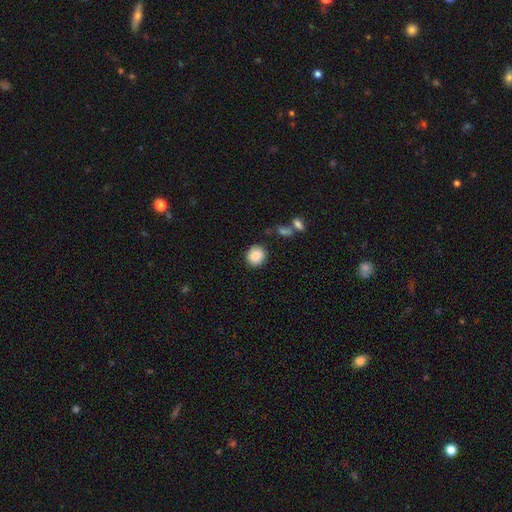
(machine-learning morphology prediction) Smooth or featured: smooth — 87% (star or artifact — 8%)
How rounded: round — 81% (in between — 18%)
Merging: none — 85% (minor disturbance — 10%)